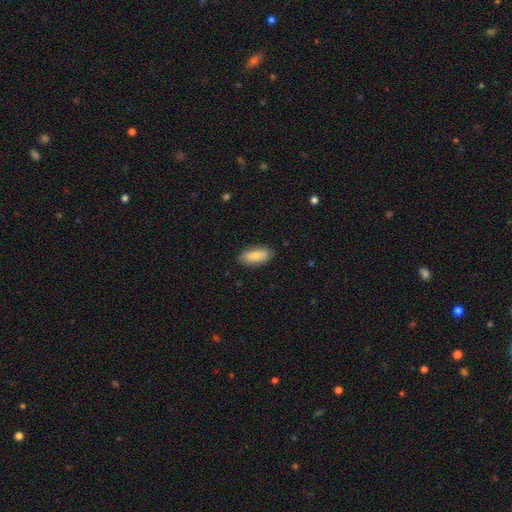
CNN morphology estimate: This appears to be a smooth galaxy with no disk features (79%) that is in between round and cigar-shaped (85%). Merging: none (84%).